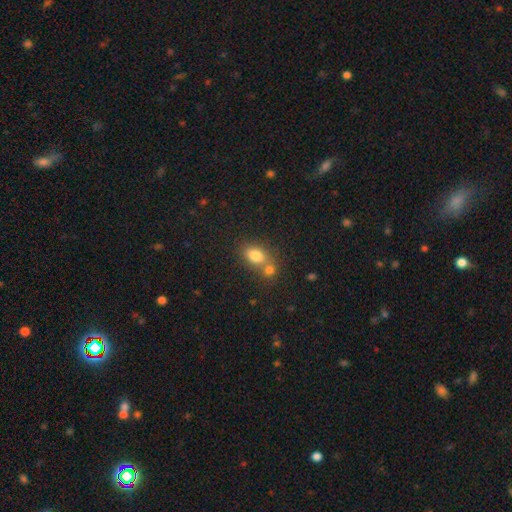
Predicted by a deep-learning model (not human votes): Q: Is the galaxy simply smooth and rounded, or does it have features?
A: smooth — 79%.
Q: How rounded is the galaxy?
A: in between — 75%.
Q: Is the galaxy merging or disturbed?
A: none — 45%.